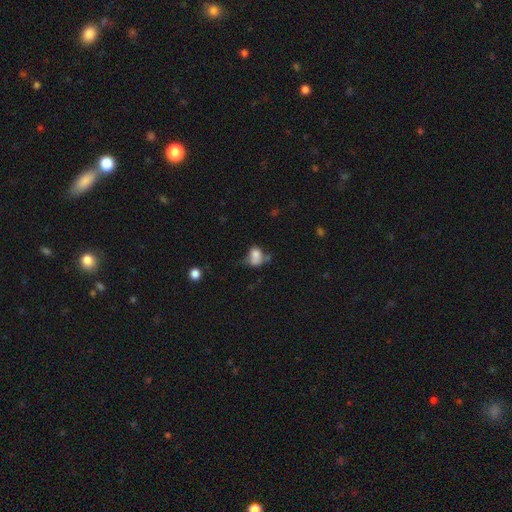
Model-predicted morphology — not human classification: Smooth or featured: smooth — 70% (featured or disk — 18%)
How rounded: in between — 62% (round — 37%)
Merging: none — 28% (minor disturbance — 27%)